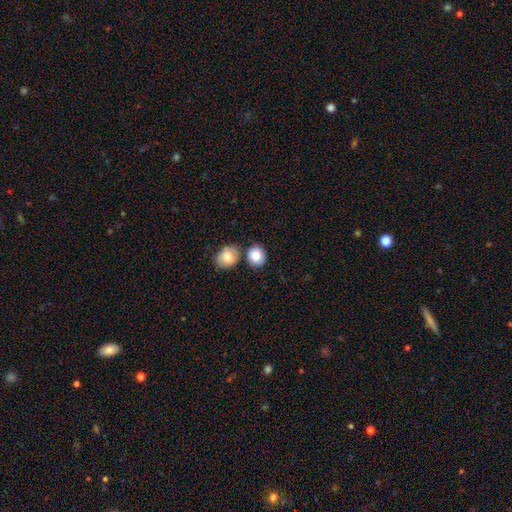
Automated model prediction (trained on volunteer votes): smooth 84%, featured or disk 8%, star or artifact 8%. Down the decision tree: how rounded — round (65%); merging — none (66%).